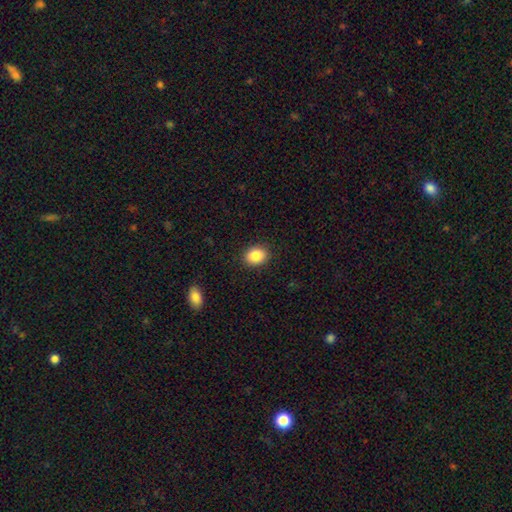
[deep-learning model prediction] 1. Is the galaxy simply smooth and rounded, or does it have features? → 87% smooth, 8% star or artifact, 5% featured or disk.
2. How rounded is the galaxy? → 57% in between, 42% round, 1% cigar-shaped.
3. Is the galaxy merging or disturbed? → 89% none, 7% minor disturbance, 2% major disturbance, 1% merger.